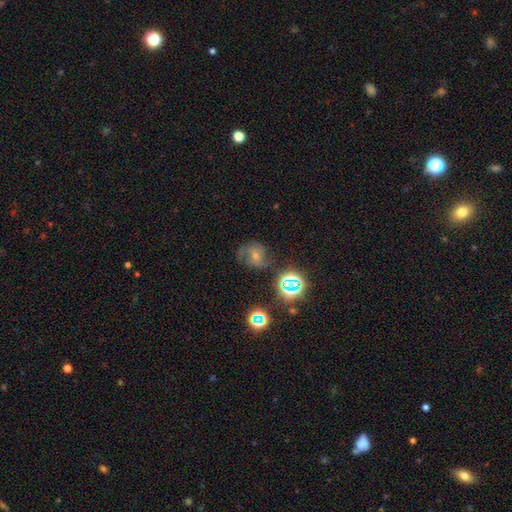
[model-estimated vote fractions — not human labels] smooth-or-featured: featured or disk: 50% | smooth: 28% | star or artifact: 22%
  disk-edge-on: no: 97% | yes: 3%
  merging: none: 59% | minor disturbance: 23% | major disturbance: 15% | merger: 3%